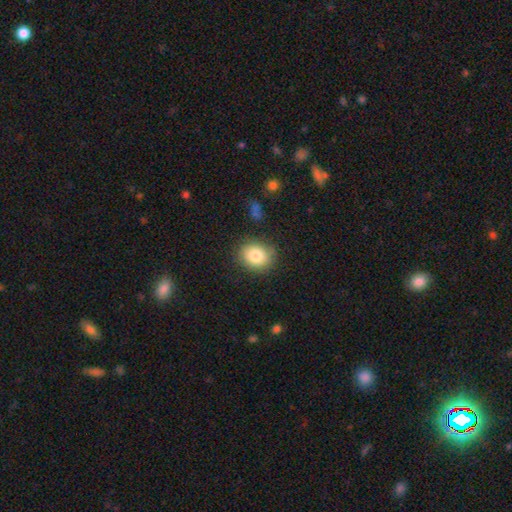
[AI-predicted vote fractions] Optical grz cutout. It shows a smooth galaxy with no disk features (83%) that is round (61%). Merging: none (83%).